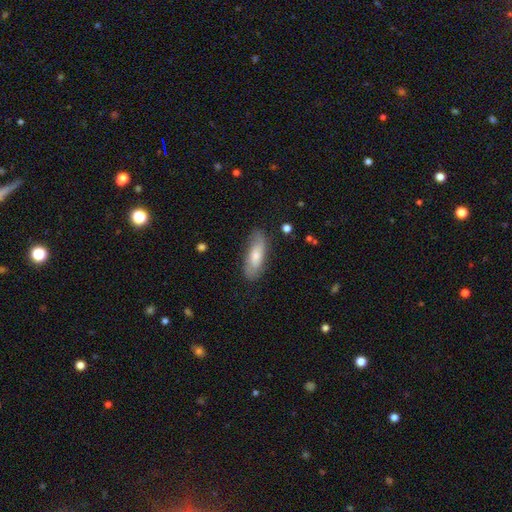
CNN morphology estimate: This is possibly a smooth galaxy (58%). How rounded: likely in between (62%). Merging: likely none (78%).